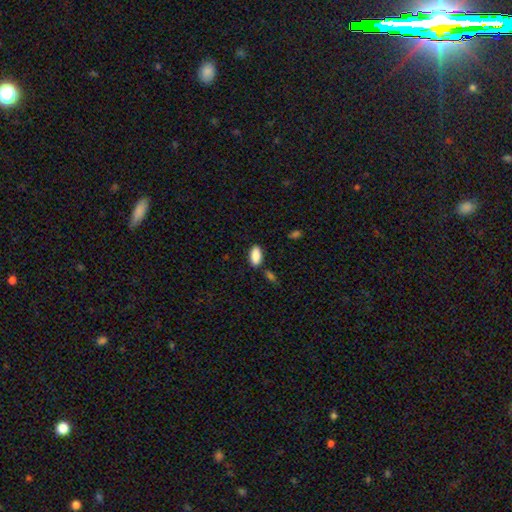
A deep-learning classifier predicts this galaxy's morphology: A smooth galaxy with no disk features (89%) that is in between round and cigar-shaped (90%).

Vote fractions:
- Smooth or featured? smooth: 89% / star or artifact: 7% / featured or disk: 4%
- How rounded? in between: 90% / cigar-shaped: 7% / round: 2%
- Merging? none: 82% / minor disturbance: 11% / merger: 5% / major disturbance: 3%